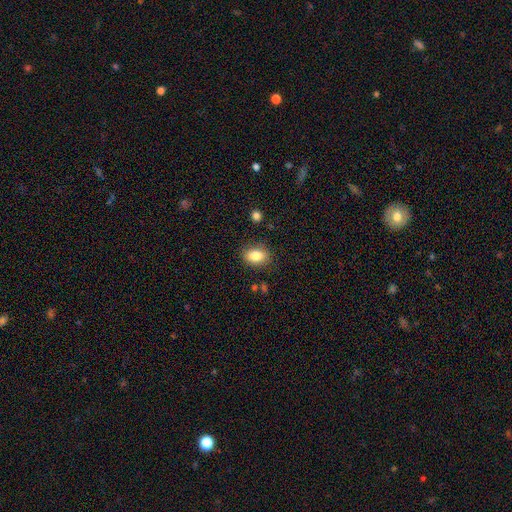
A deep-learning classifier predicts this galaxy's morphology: Overall: smooth (84%). How rounded: in between (81%). Merging: none (84%).